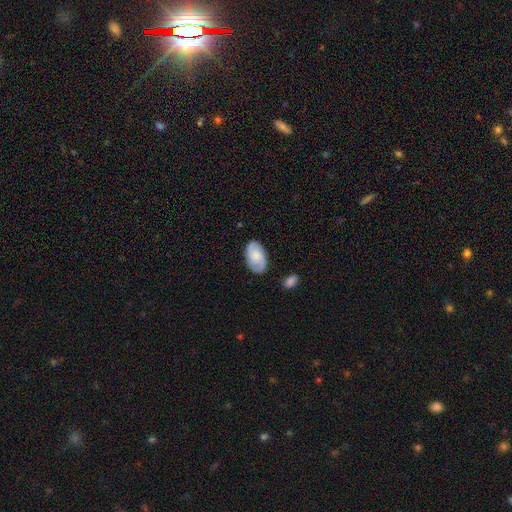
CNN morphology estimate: Overall: featured or disk (49%; smooth 44%). Merging: none (78%).